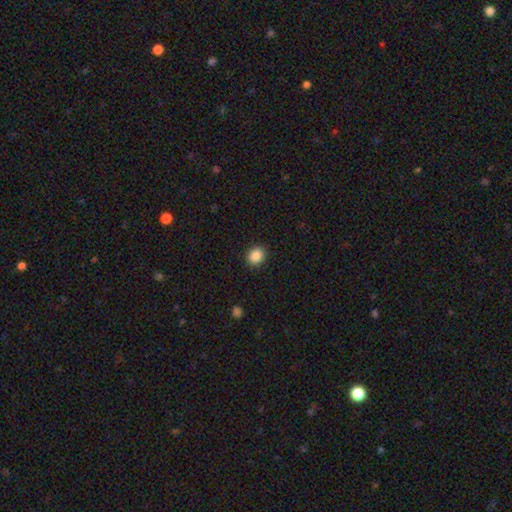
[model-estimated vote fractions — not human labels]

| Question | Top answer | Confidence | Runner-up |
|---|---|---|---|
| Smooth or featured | smooth | 88% | star or artifact (9%) |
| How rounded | round | 59% | in between (40%) |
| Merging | none | 90% | minor disturbance (7%) |